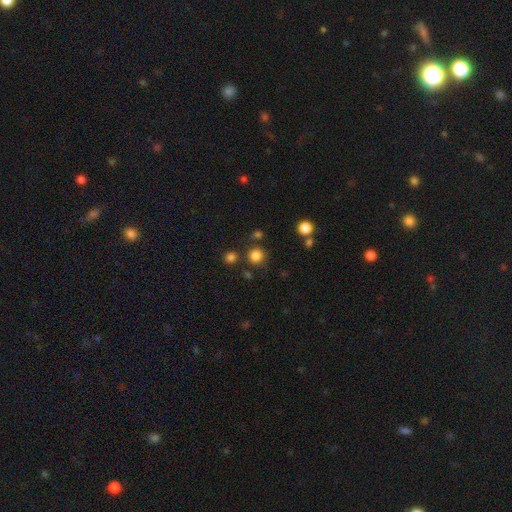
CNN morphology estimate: Overall: smooth (82%). How rounded: round (93%). Merging: none (83%).